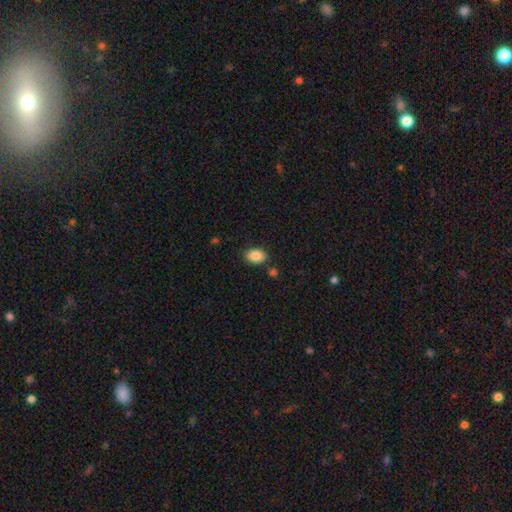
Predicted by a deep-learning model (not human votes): A smooth galaxy with no disk features (87%) that is in between round and cigar-shaped (83%). Merging: none (83%).